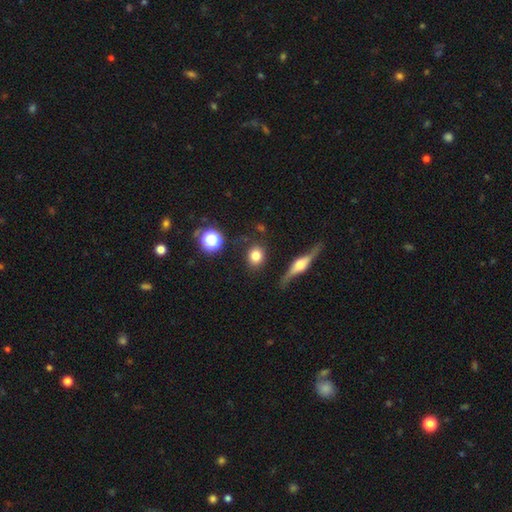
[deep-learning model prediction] Smooth or featured? smooth (77%)
How rounded? round (66%)
Merging? none (81%)